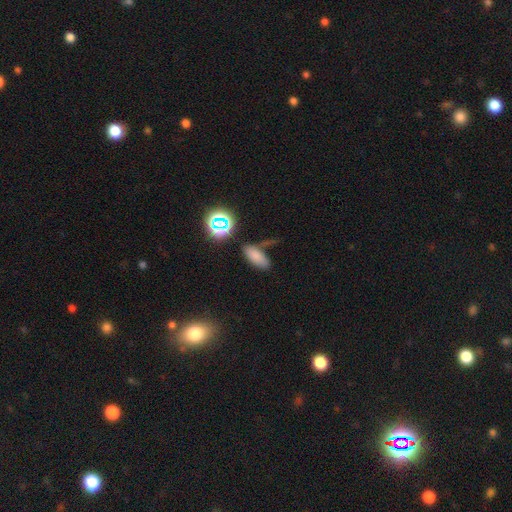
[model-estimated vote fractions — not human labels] Smooth or featured: smooth — 72% (star or artifact — 18%)
How rounded: in between — 81% (cigar-shaped — 14%)
Merging: none — 61% (minor disturbance — 17%)